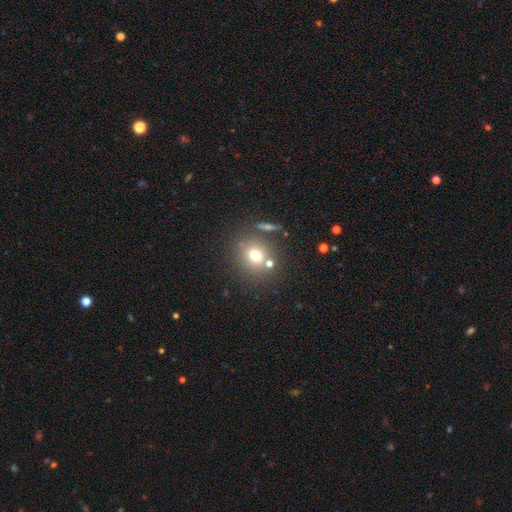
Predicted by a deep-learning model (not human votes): Smooth or featured?
  - smooth: 70% *
  - star or artifact: 15%
  - featured or disk: 15%
How rounded?
  - round: 76% *
  - in between: 23%
  - cigar-shaped: 1%
Merging?
  - none: 71% *
  - merger: 13%
  - minor disturbance: 11%
  - major disturbance: 5%